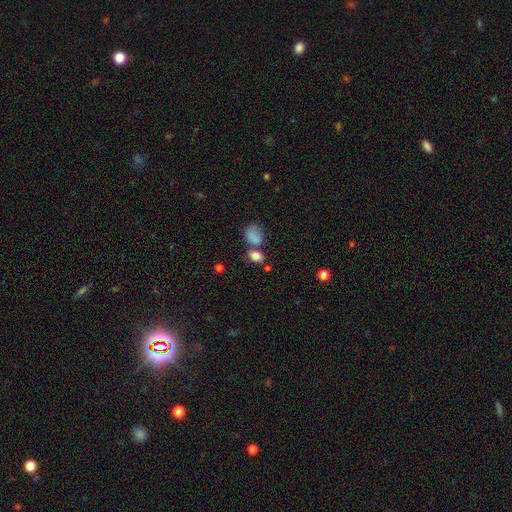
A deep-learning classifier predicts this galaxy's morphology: smooth_or_featured: smooth (p=0.80) [alt: star or artifact p=0.13]
how_rounded: in between (p=0.66) [alt: round p=0.32]
merging: none (p=0.50) [alt: merger p=0.28]